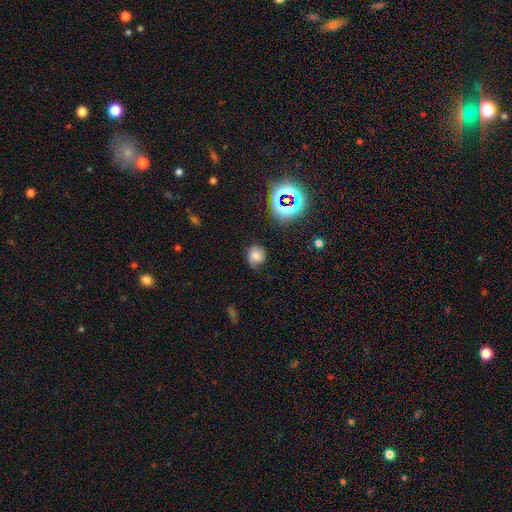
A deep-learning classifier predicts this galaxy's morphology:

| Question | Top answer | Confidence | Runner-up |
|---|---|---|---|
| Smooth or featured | smooth | 61% | featured or disk (22%) |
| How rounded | round | 70% | in between (29%) |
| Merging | none | 60% | minor disturbance (28%) |